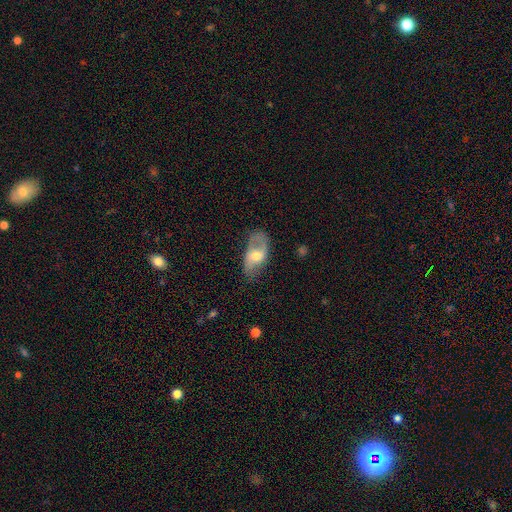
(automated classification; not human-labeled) Overall: featured or disk (59%; smooth 34%). Edge-on disk: no (91%). Bar: no (51%; weak 37%). Spiral arms: yes (76%). Bulge size: moderate (62%; small 28%). Merging: none (60%; minor disturbance 25%).